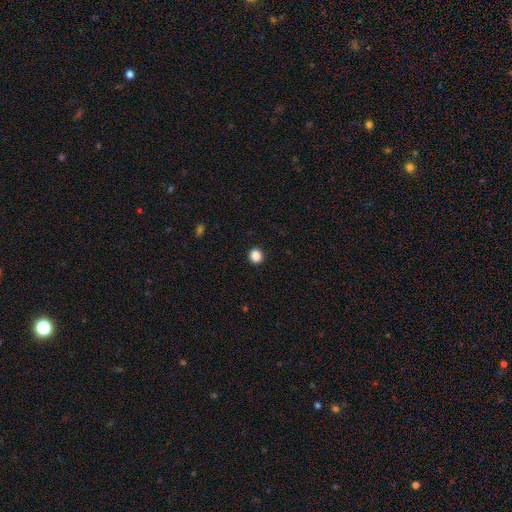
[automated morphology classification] The model was most divided on "how rounded": round: 87%, in between: 12%, cigar-shaped: 1%. More confident: merging — none (93%); smooth or featured — smooth (87%).